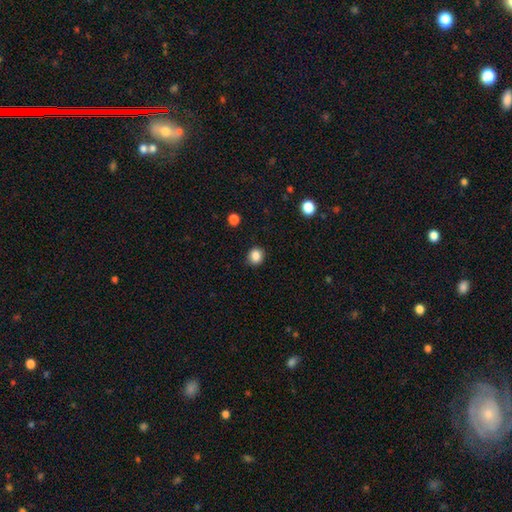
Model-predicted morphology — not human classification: smooth 85%, star or artifact 11%, featured or disk 4%. Down the decision tree: how rounded — round (81%); merging — none (89%).